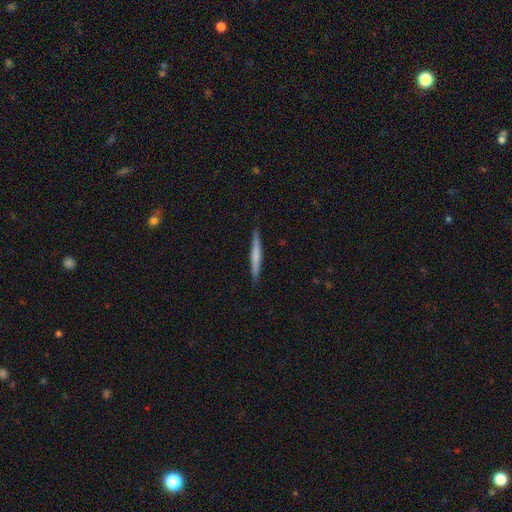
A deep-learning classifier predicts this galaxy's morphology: This is possibly a smooth galaxy (56%). How rounded: clearly cigar-shaped (96%). Merging: clearly none (89%).